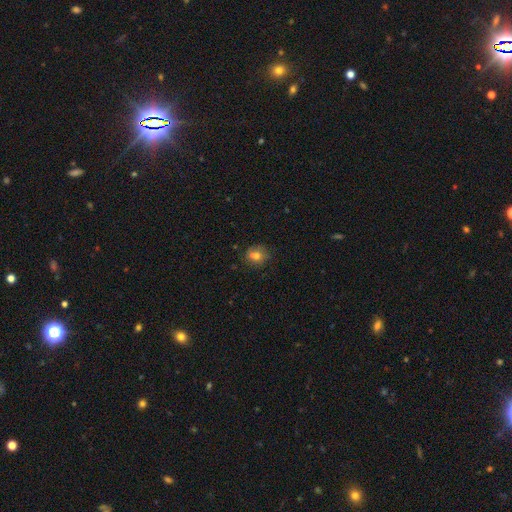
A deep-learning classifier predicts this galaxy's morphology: This appears to be a smooth galaxy with no disk features (65%) that is round (70%). Merging: none (64%).